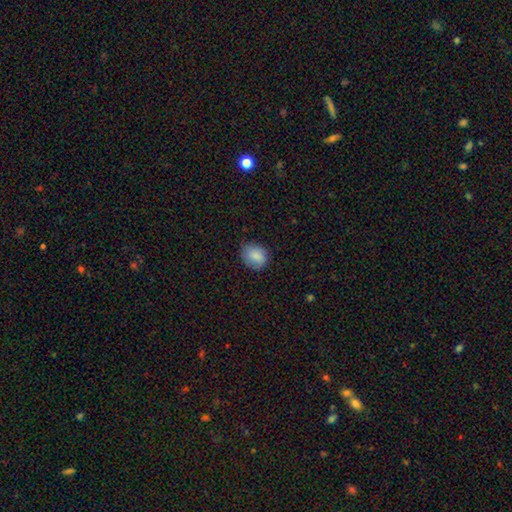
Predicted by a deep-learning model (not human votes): Smooth or featured? smooth (86%)
How rounded? round (56%)
Merging? none (74%)